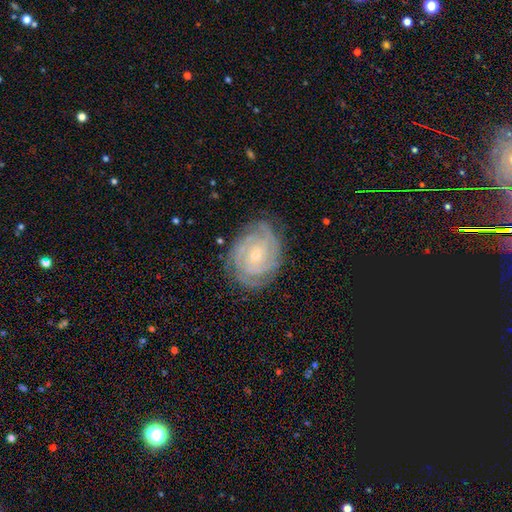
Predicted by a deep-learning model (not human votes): This is clearly a featured or disk galaxy (87%). It is clearly not viewed edge-on (97%). Bar: likely no (69%). Spiral arm pattern: clearly yes (98%). Spiral arm count: marginally 3 (25%). Spiral winding: clearly tight (83%). Central bulge: likely small (74%). Merging: clearly none (81%).